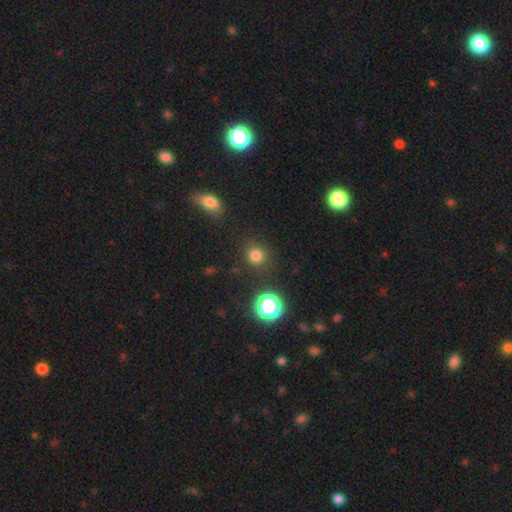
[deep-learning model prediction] A smooth galaxy with no disk features (78%) that is round (91%). Merging: none (87%).